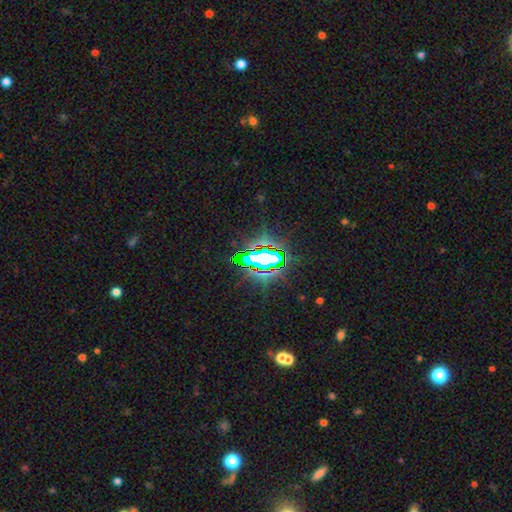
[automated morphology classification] Q: Smooth or featured?
A: star or artifact (81%); runner-up: smooth (11%)